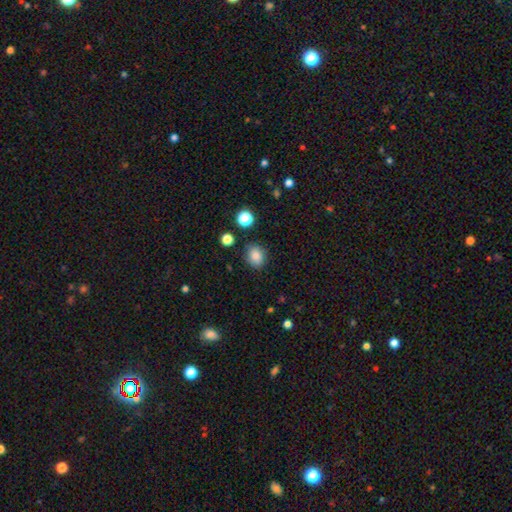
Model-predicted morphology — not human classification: smooth_or_featured: smooth (p=0.84) [alt: star or artifact p=0.11]
how_rounded: round (p=0.52) [alt: in between p=0.47]
merging: none (p=0.83) [alt: minor disturbance p=0.12]